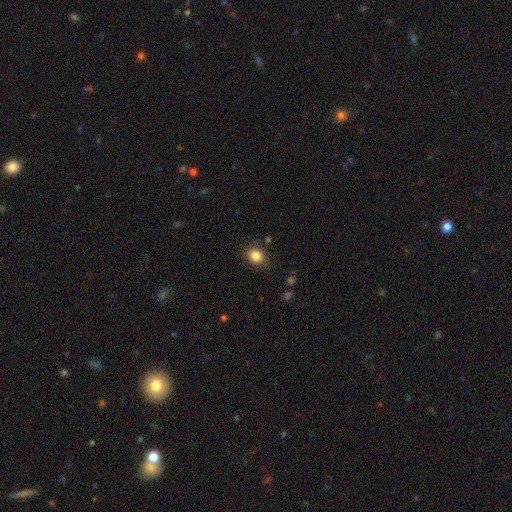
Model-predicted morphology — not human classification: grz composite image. It shows a smooth galaxy with no disk features (85%) that is round (62%). Merging: none (82%).